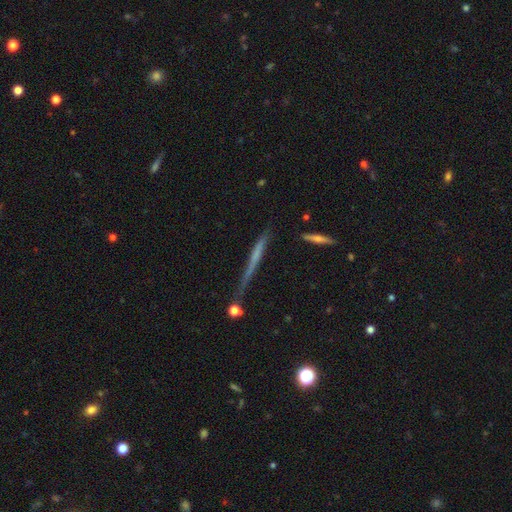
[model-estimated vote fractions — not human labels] Smooth or featured: featured or disk — 49% (smooth — 41%)
Merging: none — 62% (minor disturbance — 22%)